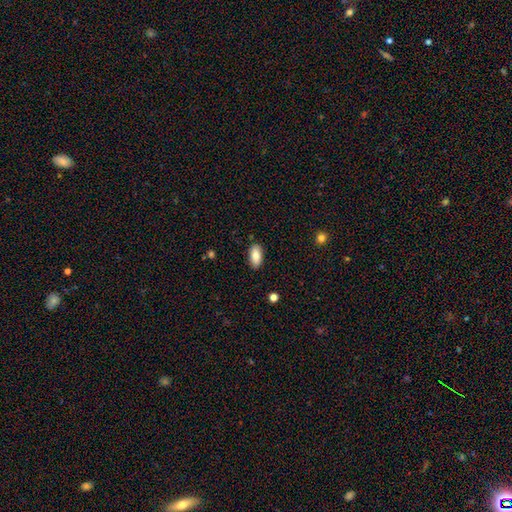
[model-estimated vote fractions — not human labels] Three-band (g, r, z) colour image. It shows a smooth galaxy with no disk features (82%) that is in between round and cigar-shaped (89%). Merging: none (88%).